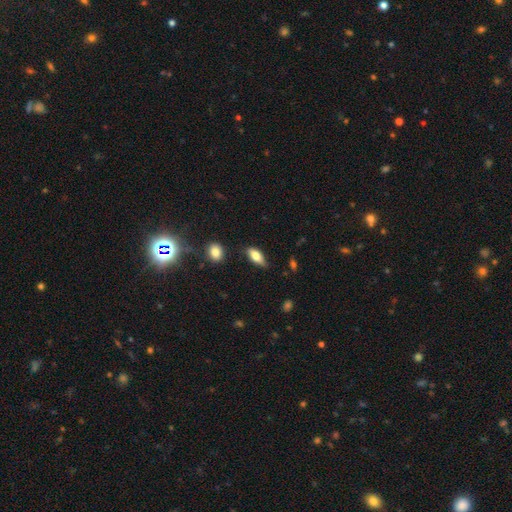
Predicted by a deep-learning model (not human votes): smooth-or-featured: smooth: 72% | featured or disk: 21% | star or artifact: 8%
  how-rounded: in between: 81% | cigar-shaped: 15% | round: 3%
  merging: none: 72% | minor disturbance: 21% | major disturbance: 4% | merger: 3%